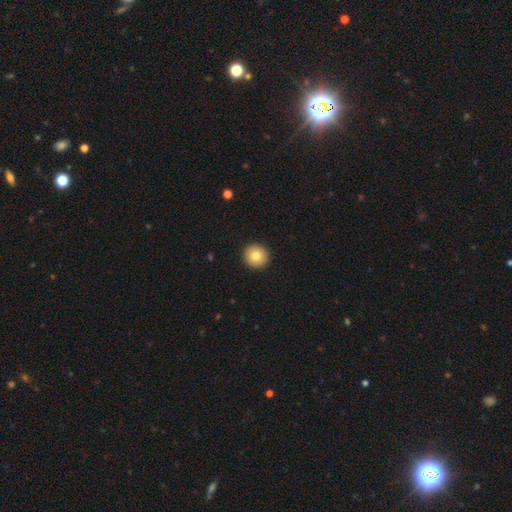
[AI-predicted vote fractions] Overall: smooth (83%). How rounded: round (94%). Merging: none (93%).